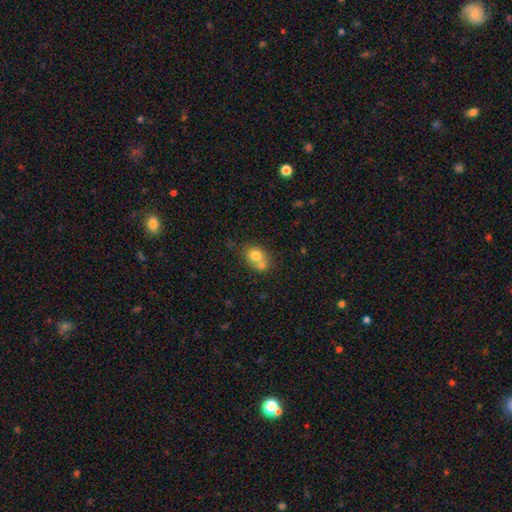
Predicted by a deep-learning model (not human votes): This is likely a smooth galaxy (74%). How rounded: likely round (65%). Merging: possibly merger (54%).